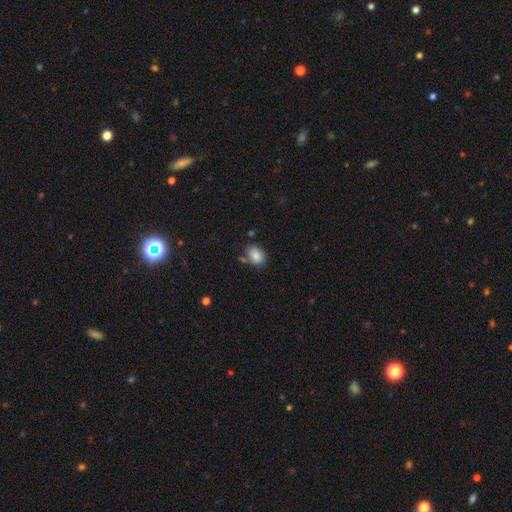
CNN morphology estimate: Smooth or featured: smooth — 81% (featured or disk — 10%)
How rounded: in between — 70% (round — 29%)
Merging: none — 63% (minor disturbance — 21%)